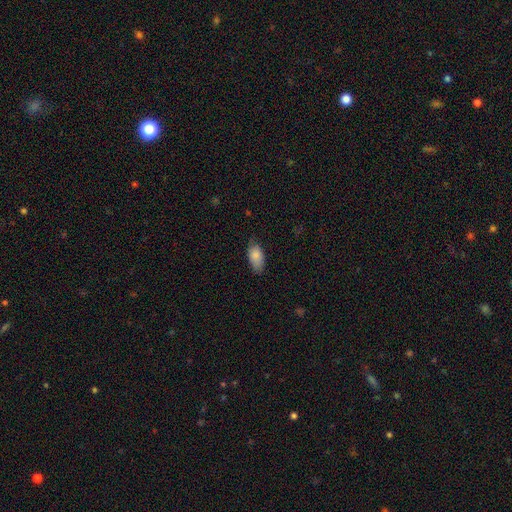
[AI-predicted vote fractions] A smooth galaxy with no disk features (86%) that is in between round and cigar-shaped (92%). Merging: none (68%).